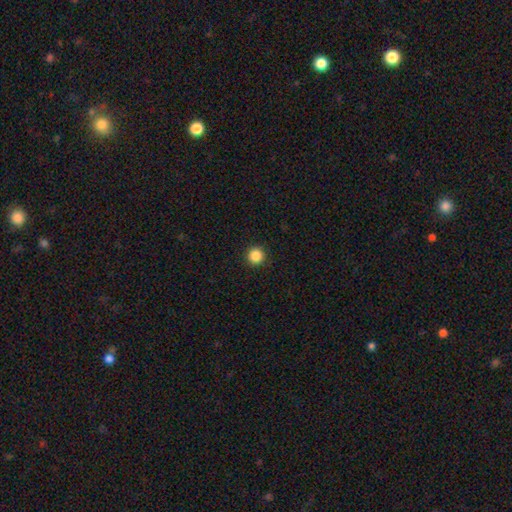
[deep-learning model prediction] This is clearly a smooth galaxy (86%). How rounded: clearly round (96%). Merging: clearly none (93%).